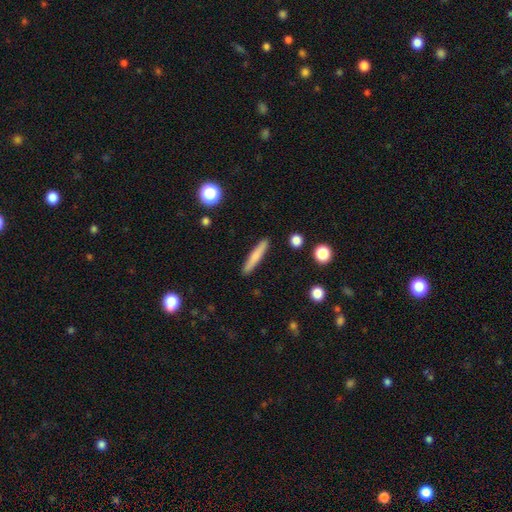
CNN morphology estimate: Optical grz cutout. It shows a smooth galaxy with no disk features (72%) that is cigar-shaped (93%). Merging: none (90%).